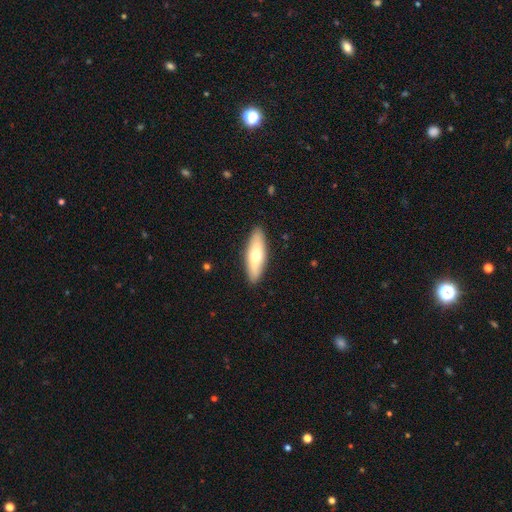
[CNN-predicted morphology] Q: Smooth or featured?
A: smooth (62%); runner-up: featured or disk (32%)
Q: How rounded?
A: in between (51%); runner-up: cigar-shaped (47%)
Q: Merging?
A: none (89%); runner-up: minor disturbance (8%)